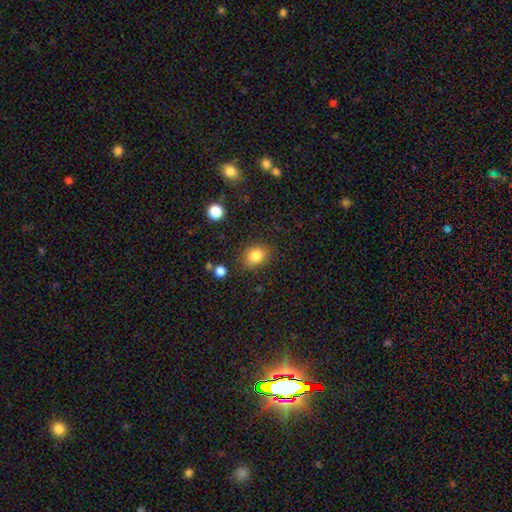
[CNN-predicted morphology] type=smooth (83%); roundness=in between (53%); merging=none (81%).